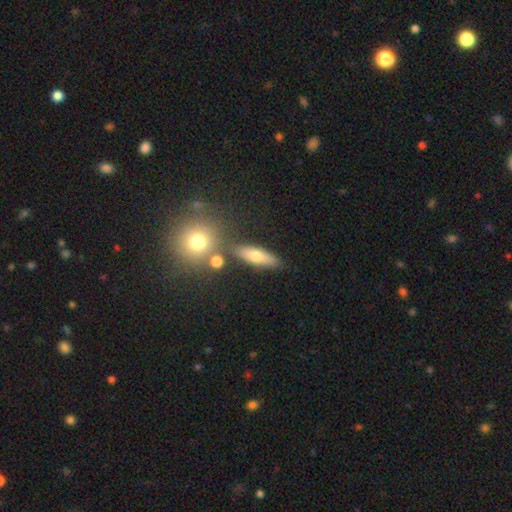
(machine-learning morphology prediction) Overall: smooth (64%; featured or disk 25%). How rounded: cigar-shaped (48%; in between 42%). Merging: none (78%).